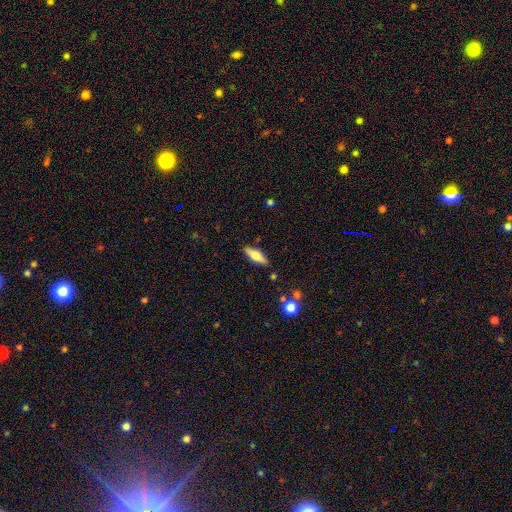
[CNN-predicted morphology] Smooth or featured? smooth (62%)
How rounded? in between (62%)
Merging? none (85%)